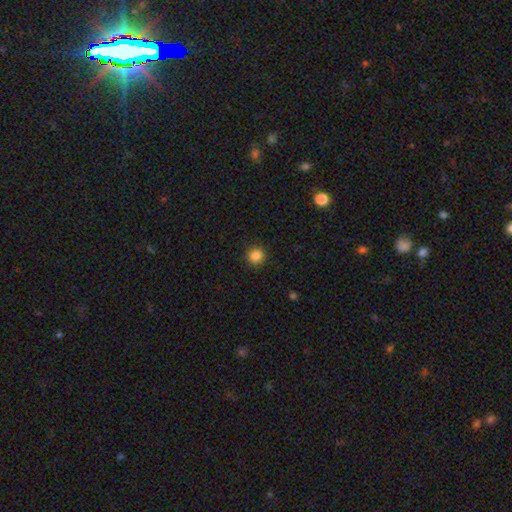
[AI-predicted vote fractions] Smooth or featured?
  - smooth: 86% *
  - star or artifact: 11%
  - featured or disk: 3%
How rounded?
  - round: 92% *
  - in between: 7%
  - cigar-shaped: 1%
Merging?
  - none: 91% *
  - minor disturbance: 6%
  - major disturbance: 2%
  - merger: 1%